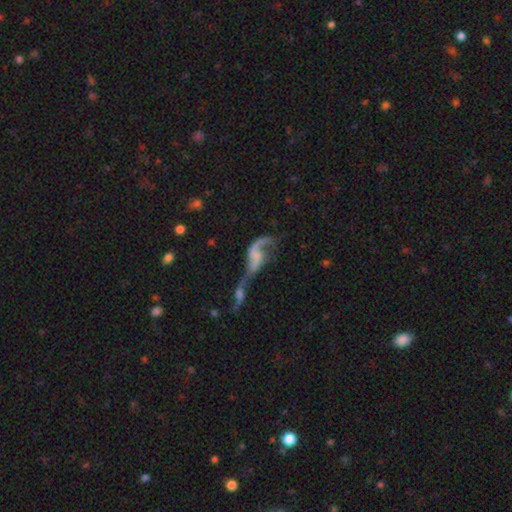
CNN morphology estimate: Smooth or featured? Predicted: featured or disk (p=0.69). Edge-on disk? Predicted: no (p=0.94). Bar? Predicted: no (p=0.59). Spiral arms? Predicted: yes (p=0.76). Bulge size? Predicted: none (p=0.55). Merging? Predicted: merger (p=0.72).